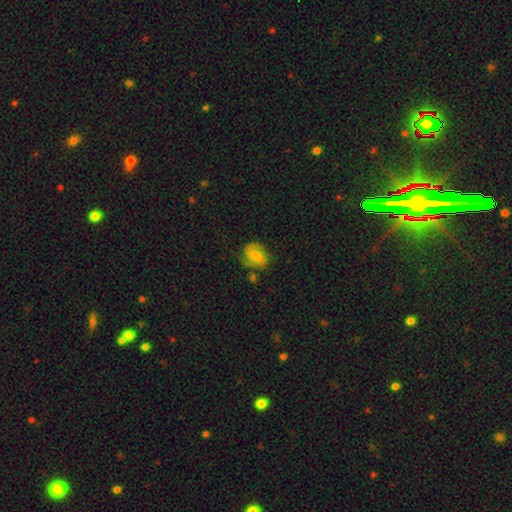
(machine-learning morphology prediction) type=featured or disk (63%); edge-on=no (98%); bar=no (45%); spiral arms=yes (92%); winding=medium (47%); arm count=2 (79%); bulge=moderate (38%); merging=none (62%).